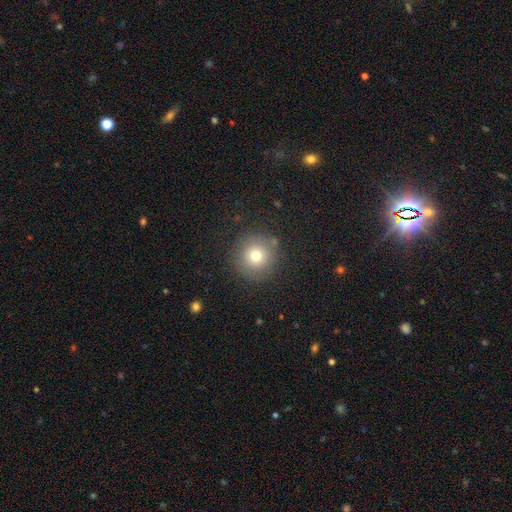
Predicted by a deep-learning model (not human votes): Q: Smooth or featured?
A: smooth (73%); runner-up: star or artifact (15%)
Q: How rounded?
A: round (95%); runner-up: in between (4%)
Q: Merging?
A: none (87%); runner-up: minor disturbance (8%)